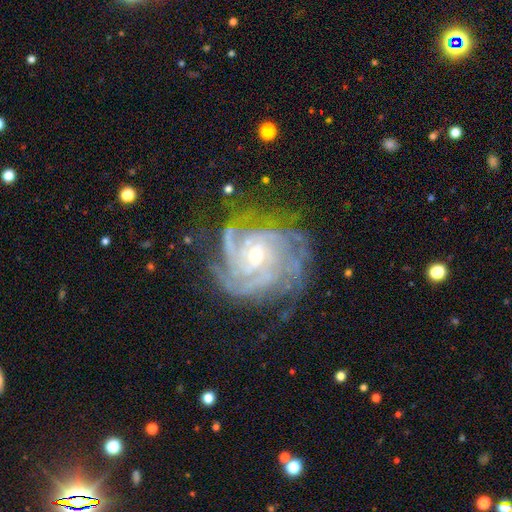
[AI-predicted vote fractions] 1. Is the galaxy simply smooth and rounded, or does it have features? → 89% featured or disk, 6% star or artifact, 5% smooth.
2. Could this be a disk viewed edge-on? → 98% no, 2% yes.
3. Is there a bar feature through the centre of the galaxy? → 64% no, 29% weak, 8% strong.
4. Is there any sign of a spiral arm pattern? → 97% yes, 3% no.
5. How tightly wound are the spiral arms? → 66% tight, 28% medium, 6% loose.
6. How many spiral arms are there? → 25% 4 (tied), 25% can't tell (tied), 18% 3, 14% more than 4, 11% 2, 7% 1.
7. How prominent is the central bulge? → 68% small, 28% moderate, 2% large, 1% none, 1% dominant.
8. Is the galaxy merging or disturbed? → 63% none, 21% minor disturbance, 14% major disturbance, 2% merger.